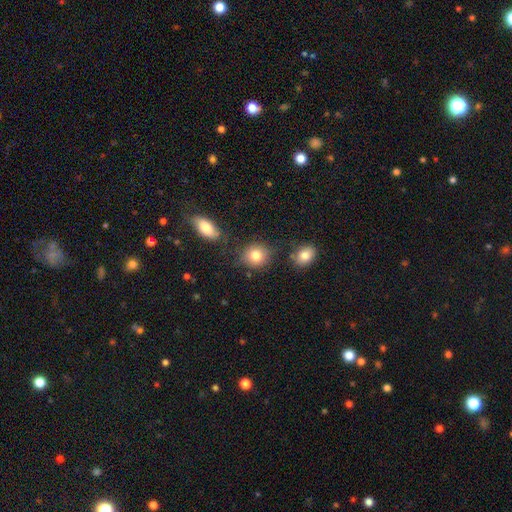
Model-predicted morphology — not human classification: Smooth or featured? smooth (82%)
How rounded? round (75%)
Merging? none (75%)